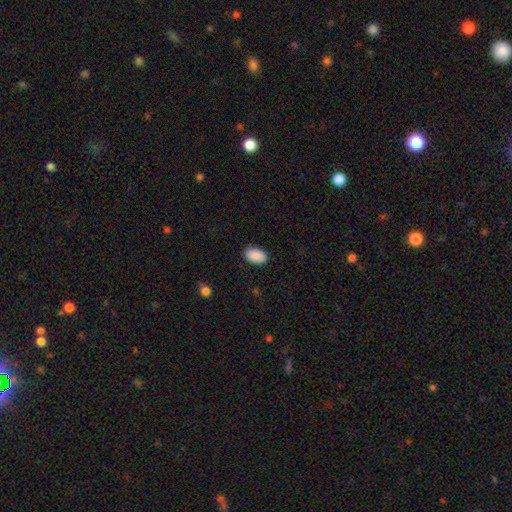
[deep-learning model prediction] smooth_or_featured: smooth (p=0.90) [alt: star or artifact p=0.07]
how_rounded: in between (p=0.93) [alt: round p=0.06]
merging: none (p=0.87) [alt: minor disturbance p=0.09]